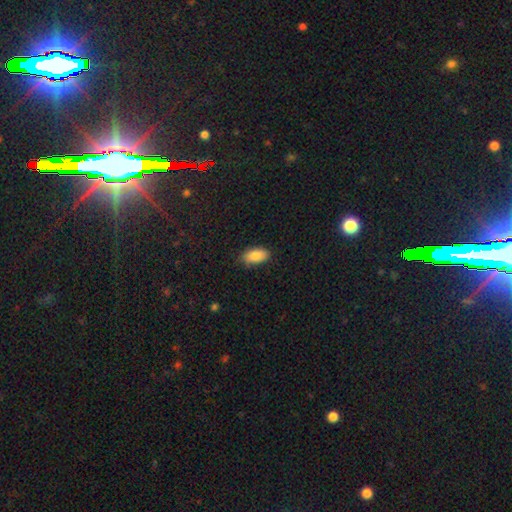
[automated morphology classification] Smooth or featured? smooth (88%)
How rounded? in between (93%)
Merging? none (83%)